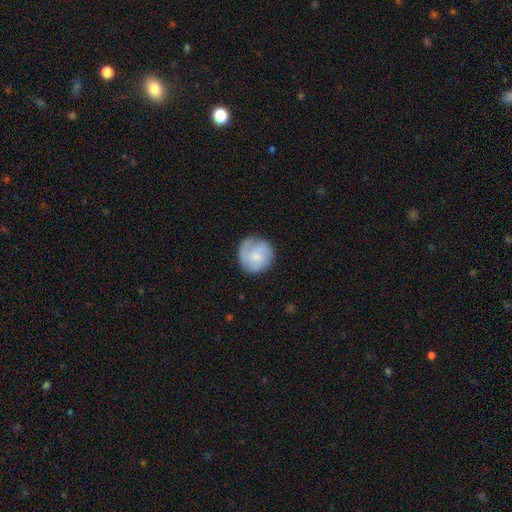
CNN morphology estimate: Smooth or featured? smooth (51%)
How rounded? round (92%)
Merging? none (74%)